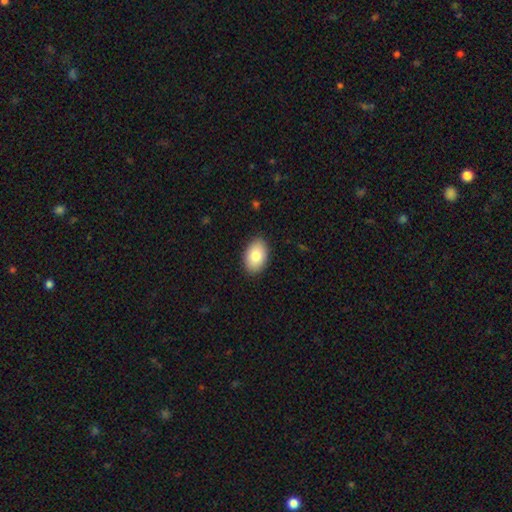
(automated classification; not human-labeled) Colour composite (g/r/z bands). It shows a smooth galaxy with no disk features (82%) that is in between round and cigar-shaped (90%). Merging: none (88%).